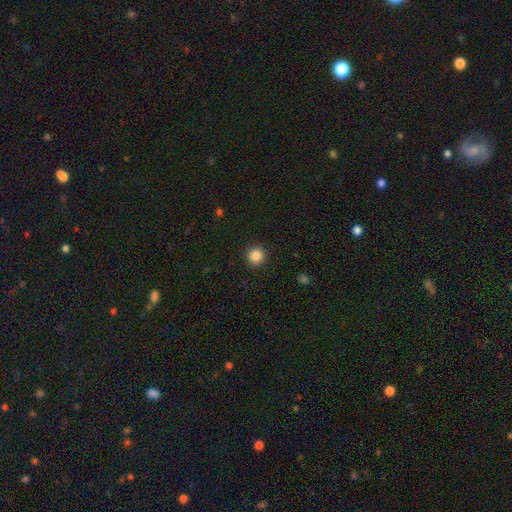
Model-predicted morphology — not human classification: The model was most divided on "smooth or featured": smooth: 86%, star or artifact: 11%, featured or disk: 4%. More confident: how rounded — round (95%); merging — none (92%).